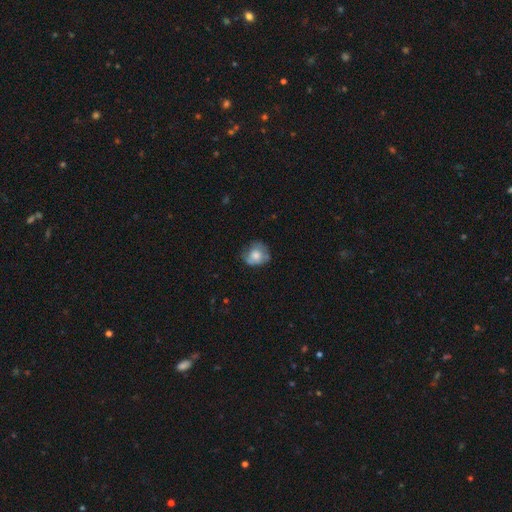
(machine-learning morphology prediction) The model was most divided on "merging": none: 54%, minor disturbance: 30%, major disturbance: 14%, merger: 3%. More confident: how rounded — round (68%); smooth or featured — smooth (61%).